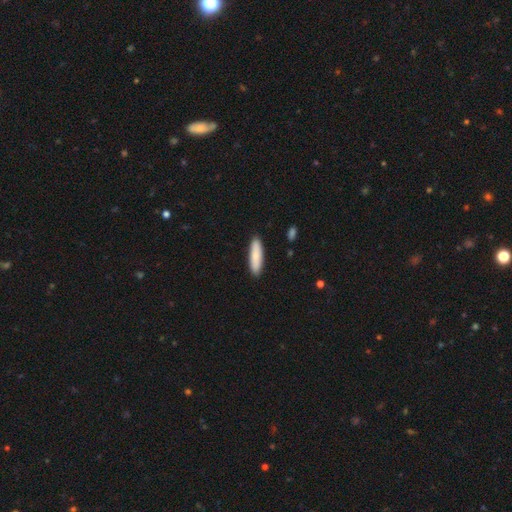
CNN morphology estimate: Smooth or featured? smooth (82%)
How rounded? cigar-shaped (69%)
Merging? none (90%)